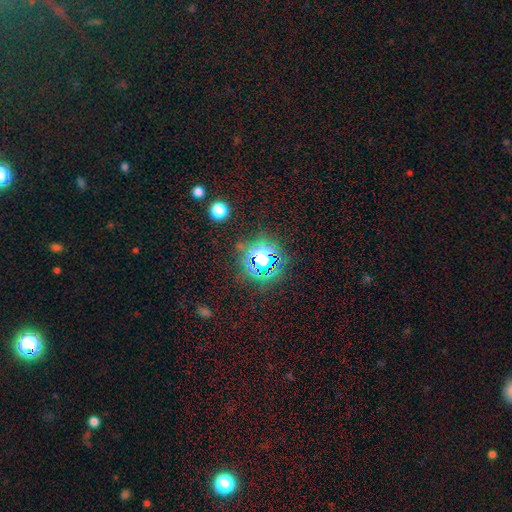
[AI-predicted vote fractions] The model was most divided on "smooth or featured": star or artifact: 79%, smooth: 14%, featured or disk: 7%.